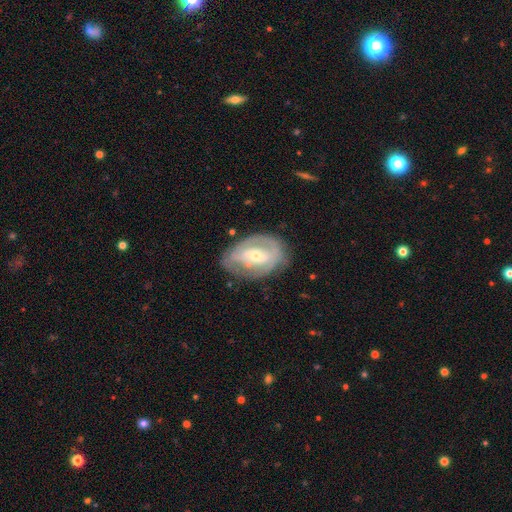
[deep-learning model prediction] Smooth or featured? featured or disk (73%)
Edge-on disk? no (95%)
Bar? weak (38%, tied with no)
Spiral arms? yes (66%)
Bulge size? moderate (48%)
Merging? none (67%)